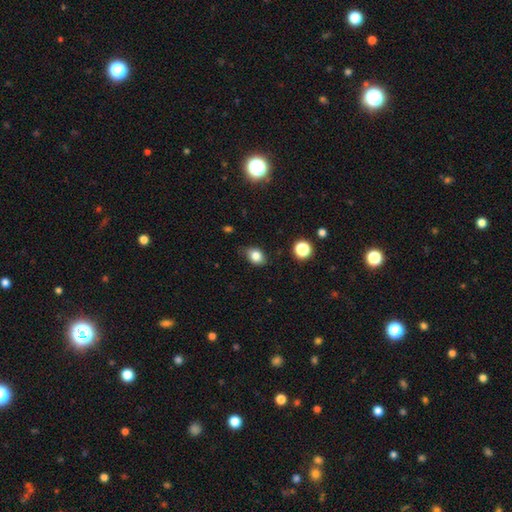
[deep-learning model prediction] Q: Smooth or featured?
A: smooth (81%); runner-up: star or artifact (10%)
Q: How rounded?
A: in between (70%); runner-up: round (29%)
Q: Merging?
A: none (75%); runner-up: minor disturbance (20%)